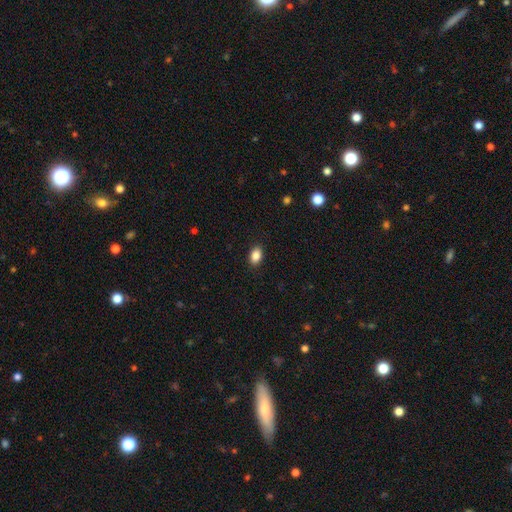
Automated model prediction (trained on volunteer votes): This is clearly a smooth galaxy (88%). How rounded: clearly in between (85%). Merging: clearly none (89%).